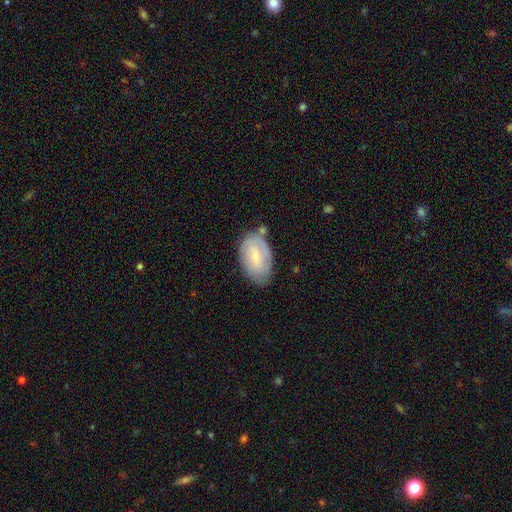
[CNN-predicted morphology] Q: Smooth or featured?
A: smooth (51%); runner-up: featured or disk (42%)
Q: How rounded?
A: in between (92%); runner-up: round (6%)
Q: Merging?
A: none (64%); runner-up: minor disturbance (23%)